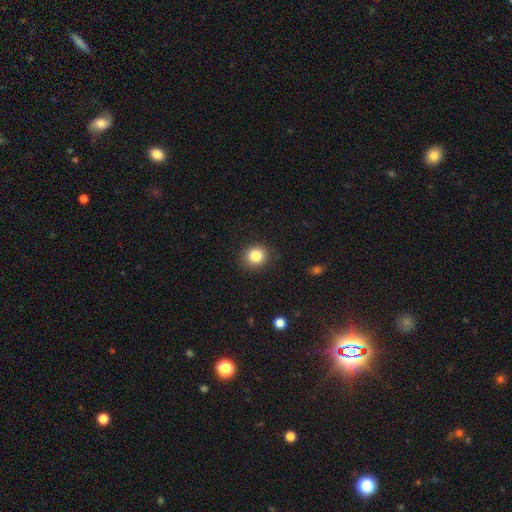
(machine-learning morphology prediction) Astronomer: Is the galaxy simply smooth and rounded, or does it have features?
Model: smooth — 84%.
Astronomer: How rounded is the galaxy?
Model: round — 77%.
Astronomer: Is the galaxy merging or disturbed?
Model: none — 88%.